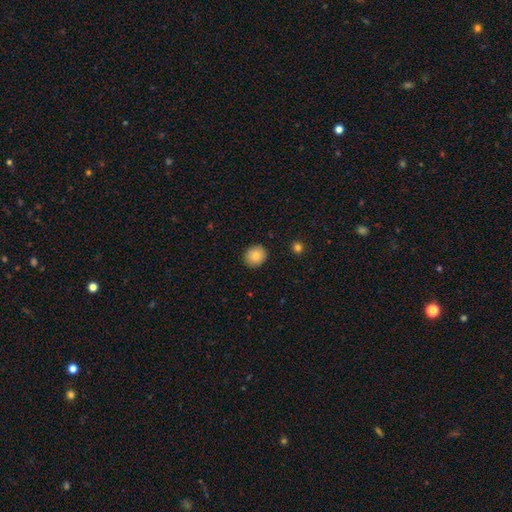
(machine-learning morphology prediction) A smooth galaxy with no disk features (84%) that is round (83%). Merging: none (91%).